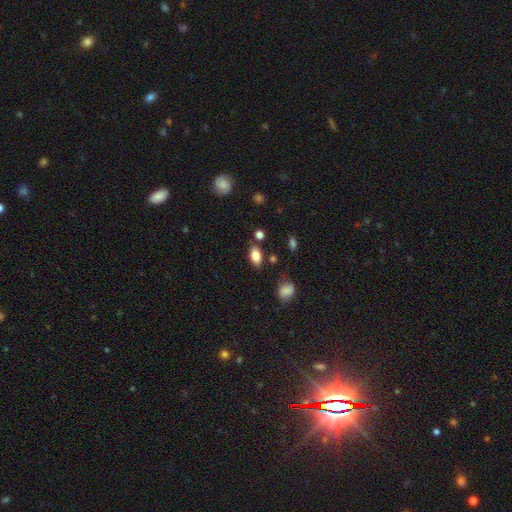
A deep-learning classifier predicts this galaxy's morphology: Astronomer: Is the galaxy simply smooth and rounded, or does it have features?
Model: smooth — 81%.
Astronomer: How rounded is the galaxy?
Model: in between — 89%.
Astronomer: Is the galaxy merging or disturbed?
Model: none — 78%.